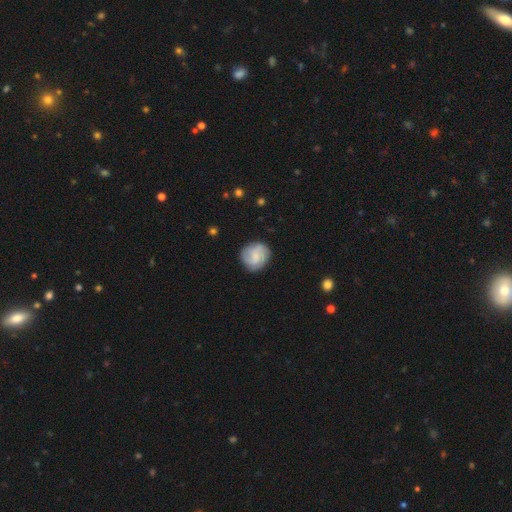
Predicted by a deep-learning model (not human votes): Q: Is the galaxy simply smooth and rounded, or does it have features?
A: smooth — 54%.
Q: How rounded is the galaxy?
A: round — 86%.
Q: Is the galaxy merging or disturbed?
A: none — 82%.